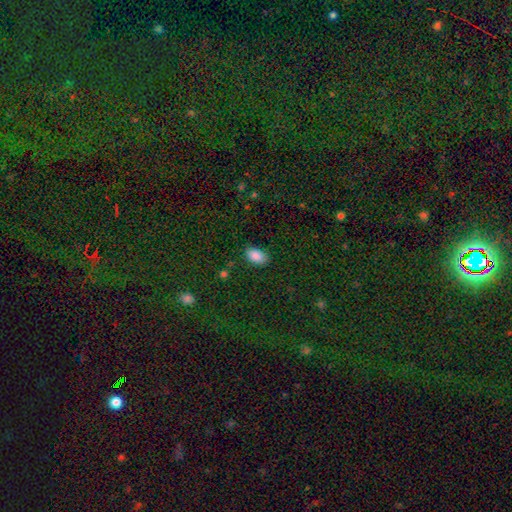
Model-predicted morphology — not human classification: A smooth galaxy with no disk features (88%) that is in between round and cigar-shaped (91%). Merging: none (83%).